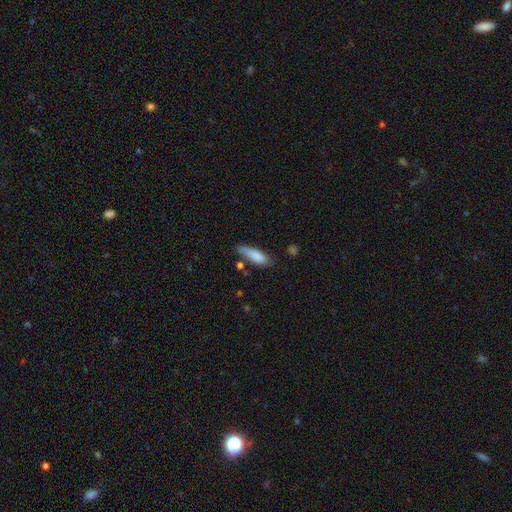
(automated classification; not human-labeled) Morphology: type=smooth (83%); roundness=in between (58%); merging=none (59%).